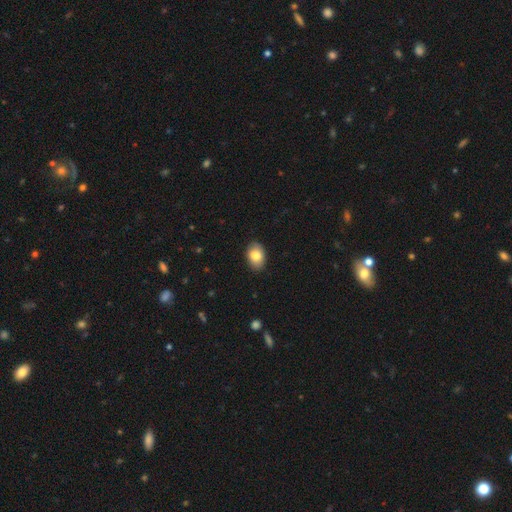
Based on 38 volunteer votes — Q: Smooth or featured?
A: smooth (82%); runner-up: featured or disk (11%)
Q: How rounded?
A: in between (81%); runner-up: round (16%)
Q: Merging?
A: none (80%); runner-up: minor disturbance (14%)